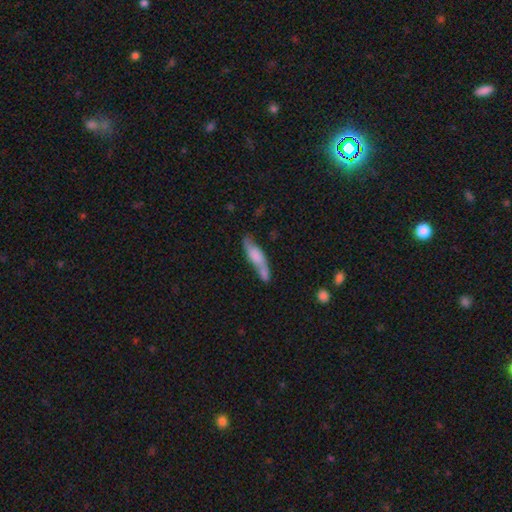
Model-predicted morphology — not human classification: The model was most divided on "merging": none: 46%, minor disturbance: 23%, merger: 22%, major disturbance: 10%. More confident: how rounded — cigar-shaped (66%); smooth or featured — smooth (59%).